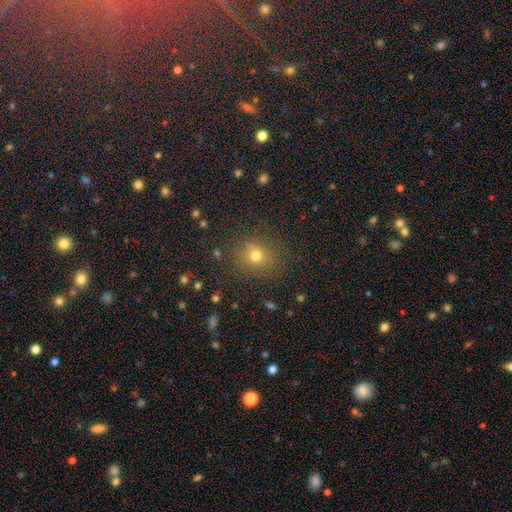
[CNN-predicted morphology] Smooth or featured: smooth — 69% (star or artifact — 21%)
How rounded: round — 72% (in between — 26%)
Merging: none — 82% (minor disturbance — 11%)